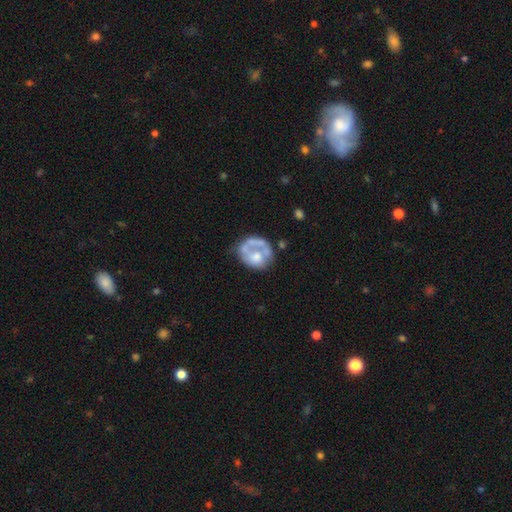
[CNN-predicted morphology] featured or disk 56%, smooth 37%, star or artifact 7%. Down the decision tree: edge-on disk — no (98%); bar — no (88%); spiral arms — no (73%); bulge size — moderate (44%); merging — none (40%).